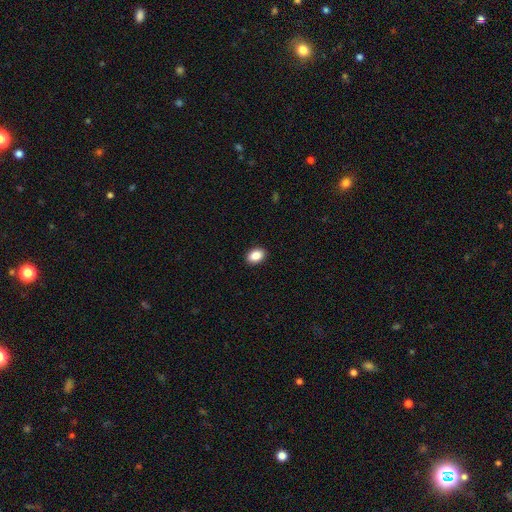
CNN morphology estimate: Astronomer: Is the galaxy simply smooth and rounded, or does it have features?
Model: smooth — 88%.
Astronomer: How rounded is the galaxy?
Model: in between — 81%.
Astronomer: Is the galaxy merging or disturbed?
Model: none — 91%.